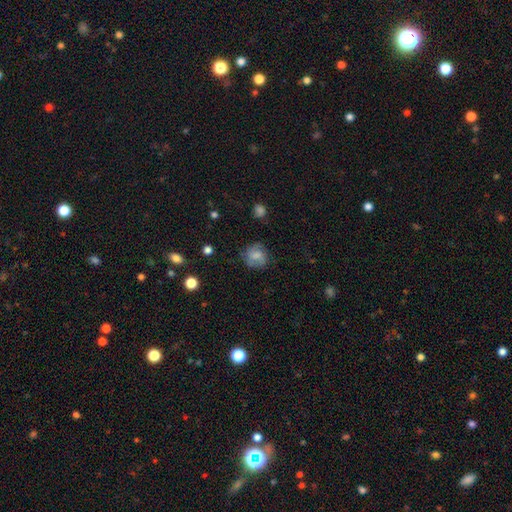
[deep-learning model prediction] smooth-or-featured: smooth: 65% | featured or disk: 26% | star or artifact: 10%
  how-rounded: round: 77% | in between: 22% | cigar-shaped: 1%
  merging: none: 68% | minor disturbance: 21% | major disturbance: 9% | merger: 2%